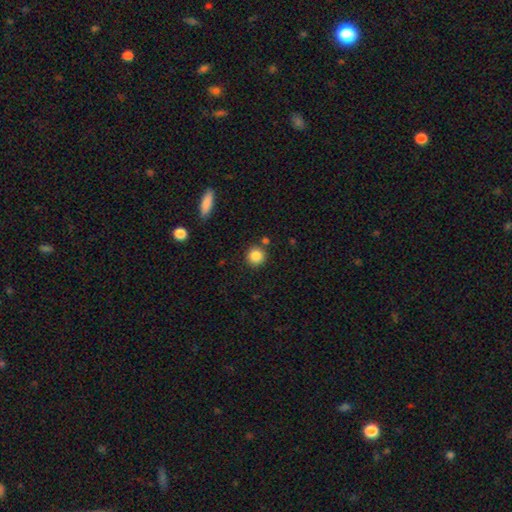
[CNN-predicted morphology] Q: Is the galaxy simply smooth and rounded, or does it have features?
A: smooth — 86%.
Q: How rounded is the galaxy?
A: round — 91%.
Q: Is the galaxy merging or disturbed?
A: none — 83%.